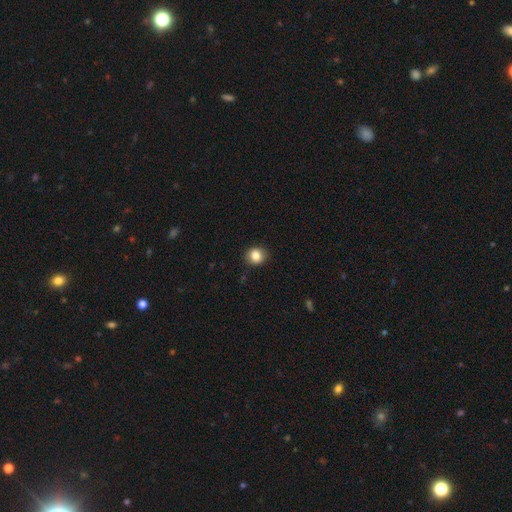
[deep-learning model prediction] Smooth or featured? Predicted: smooth (p=0.84). How rounded? Predicted: round (p=0.82). Merging? Predicted: none (p=0.88).